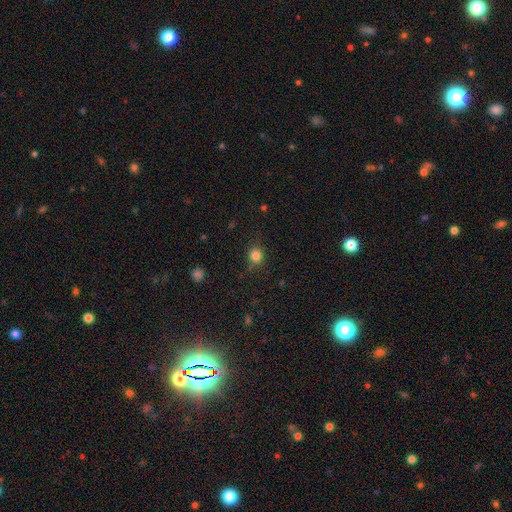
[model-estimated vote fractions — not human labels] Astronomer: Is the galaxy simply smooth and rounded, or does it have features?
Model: smooth — 83%.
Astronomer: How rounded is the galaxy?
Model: round — 83%.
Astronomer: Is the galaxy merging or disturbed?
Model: none — 82%.